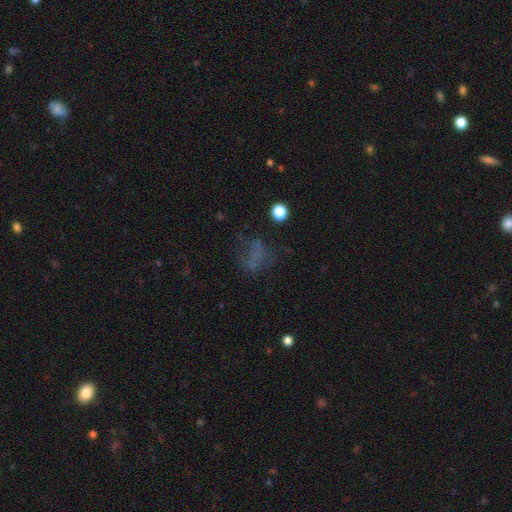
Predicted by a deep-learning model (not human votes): smooth 45%, star or artifact 30%, featured or disk 26%. Down the decision tree: merging — none (46%).